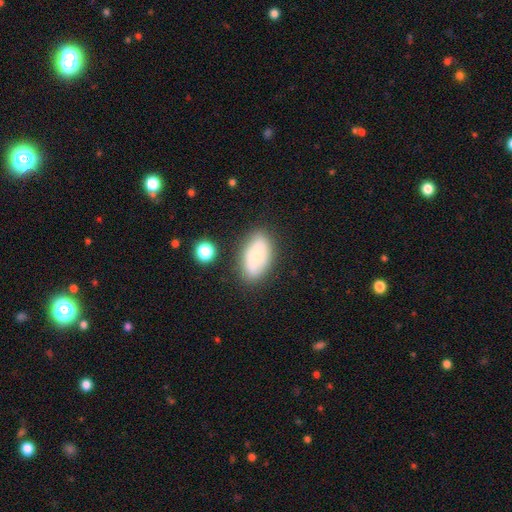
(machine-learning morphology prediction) This appears to be a smooth galaxy with no disk features (68%) that is in between round and cigar-shaped (92%). Merging: none (77%).